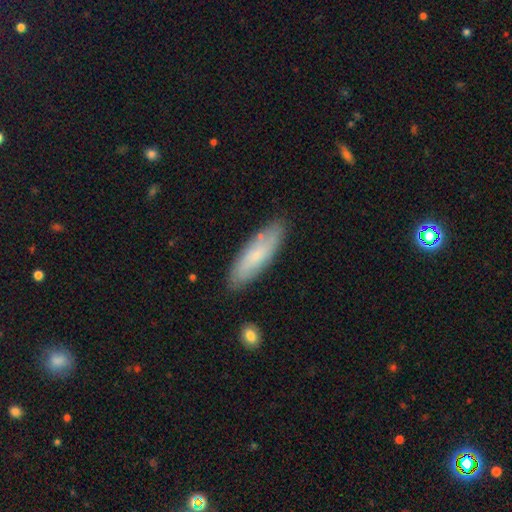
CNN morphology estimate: A smooth galaxy with no disk features (65%) that is cigar-shaped (53%). Merging: none (82%).